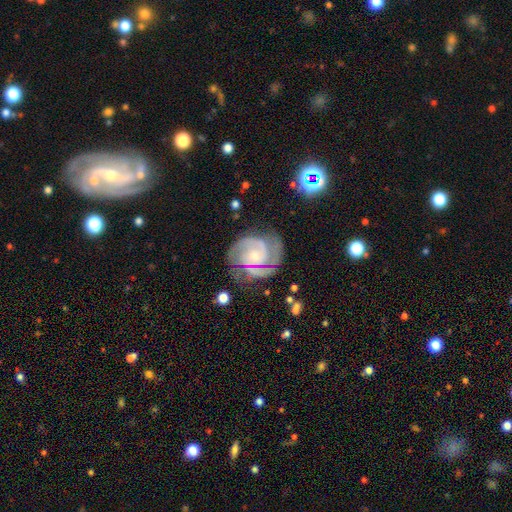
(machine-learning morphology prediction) A featured or disk galaxy (89%) with no bar (70%), 2 (58%) tight (63%) spiral arms (98%) and a small central bulge (70%).

Vote fractions:
- Smooth or featured? featured or disk: 89% / star or artifact: 6% / smooth: 5%
- Edge-on disk? no: 98% / yes: 2%
- Bar? no: 70% / weak: 23% / strong: 8%
- Spiral arms? yes: 98% / no: 2%
- Spiral winding? tight: 63% / medium: 33% / loose: 5%
- Spiral arm count? 2: 58% / 3: 22% / can't tell: 9% / 4: 4% / 1: 4% / more than 4: 3%
- Bulge size? small: 70% / moderate: 26% / none: 2% / large: 1% / dominant: 1%
- Merging? none: 71% / minor disturbance: 19% / major disturbance: 8% / merger: 2%